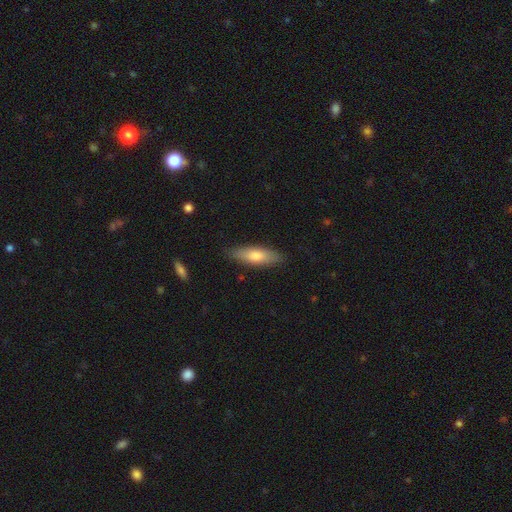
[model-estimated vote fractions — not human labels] Smooth or featured: smooth — 70% (featured or disk — 24%)
How rounded: cigar-shaped — 57% (in between — 42%)
Merging: none — 86% (minor disturbance — 11%)